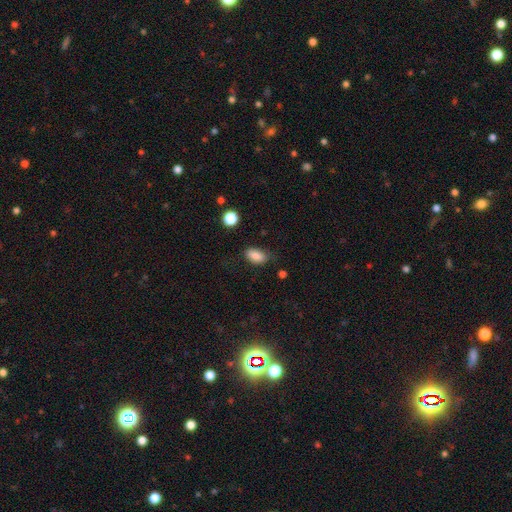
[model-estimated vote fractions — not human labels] A smooth galaxy with no disk features (85%) that is in between round and cigar-shaped (89%).

Vote fractions:
- Smooth or featured? smooth: 85% / star or artifact: 9% / featured or disk: 6%
- How rounded? in between: 89% / round: 8% / cigar-shaped: 3%
- Merging? none: 69% / minor disturbance: 23% / major disturbance: 6% / merger: 2%